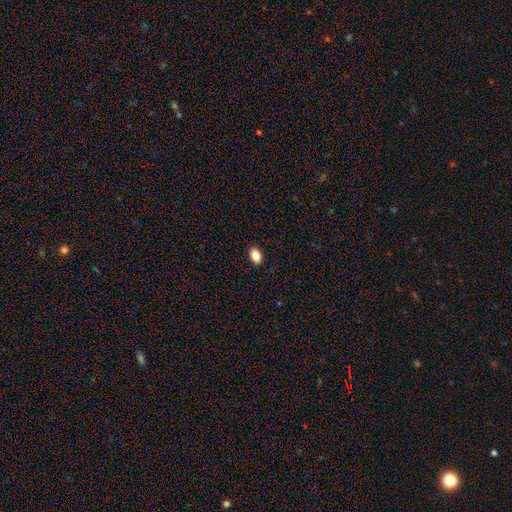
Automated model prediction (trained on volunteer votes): Smooth or featured? Predicted: smooth (p=0.89). How rounded? Predicted: in between (p=0.89). Merging? Predicted: none (p=0.89).